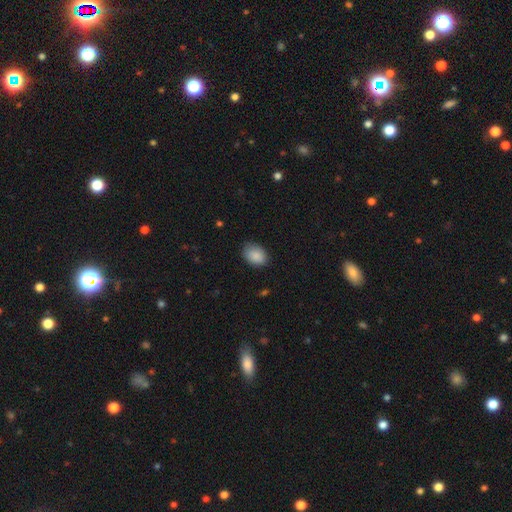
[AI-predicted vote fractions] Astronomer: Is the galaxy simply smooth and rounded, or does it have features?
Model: smooth — 89%.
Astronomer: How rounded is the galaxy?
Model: in between — 81%.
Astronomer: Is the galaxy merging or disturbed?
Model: none — 80%.